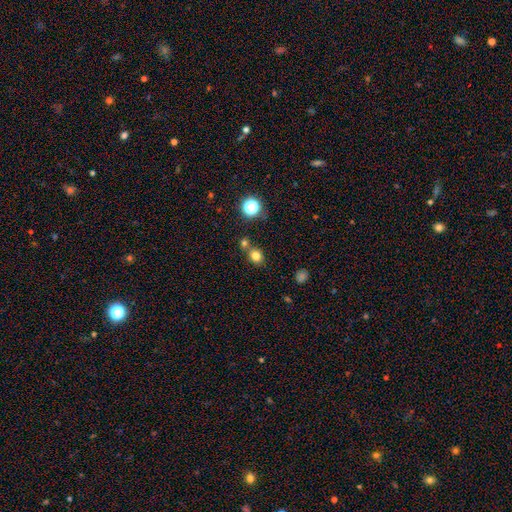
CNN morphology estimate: Smooth or featured: smooth — 78% (star or artifact — 15%)
How rounded: round — 69% (in between — 30%)
Merging: none — 63% (merger — 24%)